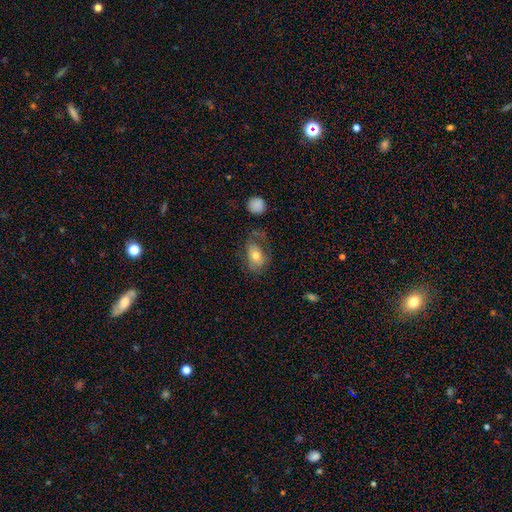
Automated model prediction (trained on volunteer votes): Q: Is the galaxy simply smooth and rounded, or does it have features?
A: smooth — 65%.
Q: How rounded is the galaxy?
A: in between — 79%.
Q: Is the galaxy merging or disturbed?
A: none — 47%.